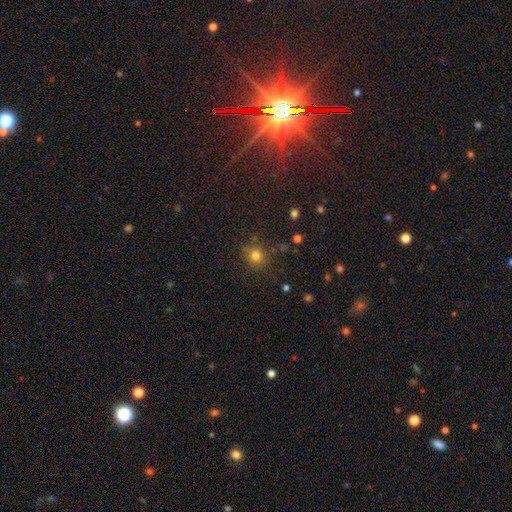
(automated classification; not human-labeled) This appears to be a smooth galaxy with no disk features (78%) that is round (87%). Merging: none (83%).